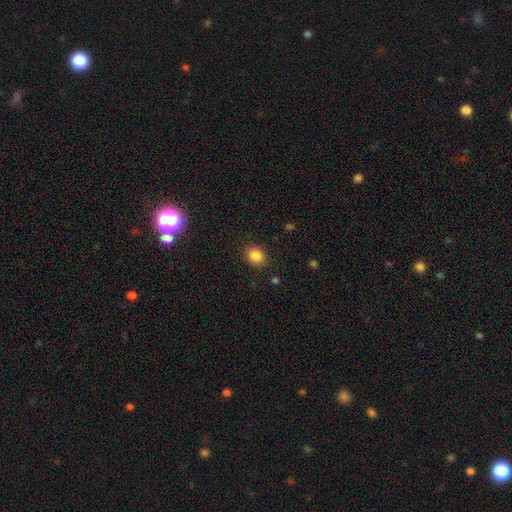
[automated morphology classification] A smooth galaxy with no disk features (86%) that is round (59%). Merging: none (87%).